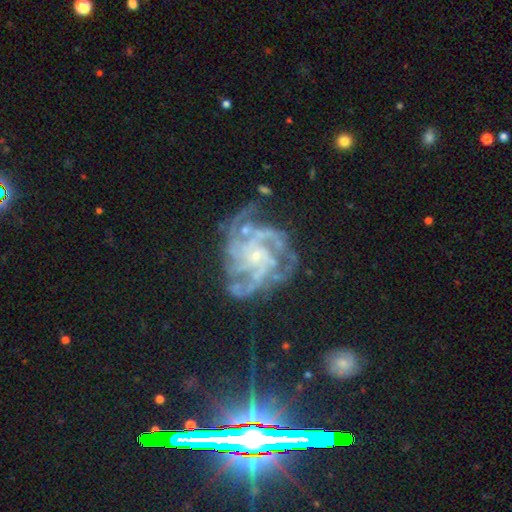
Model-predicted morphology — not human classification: A featured or disk galaxy (87%) with no bar (70%), 4 (31%) tight (51%) spiral arms (97%) and a small central bulge (78%).

Vote fractions:
- Smooth or featured? featured or disk: 87% / star or artifact: 8% / smooth: 5%
- Edge-on disk? no: 98% / yes: 2%
- Bar? no: 70% / weak: 23% / strong: 7%
- Spiral arms? yes: 97% / no: 3%
- Spiral winding? tight: 51% / medium: 40% / loose: 9%
- Spiral arm count? 4: 31% / 3: 20% / can't tell: 17% / more than 4: 15% / 2: 9% / 1: 8%
- Bulge size? small: 78% / moderate: 13% / none: 6% / large: 1% / dominant: 1%
- Merging? none: 60% / minor disturbance: 21% / major disturbance: 16% / merger: 3%